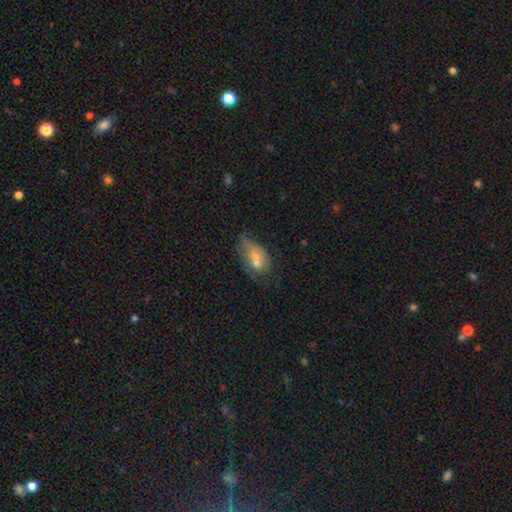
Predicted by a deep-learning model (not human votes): Smooth or featured? smooth (52%)
How rounded? in between (83%)
Merging? none (32%)